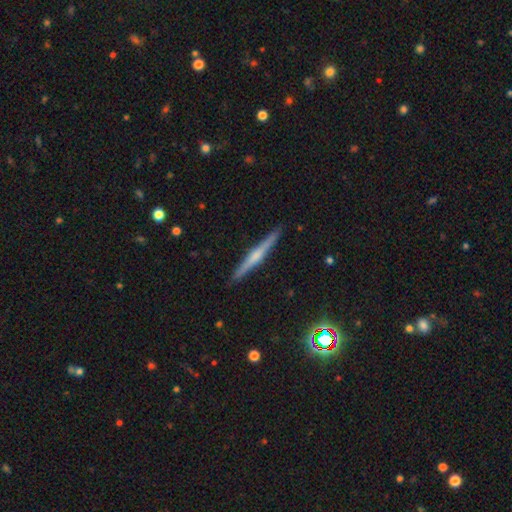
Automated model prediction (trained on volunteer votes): Smooth or featured: featured or disk — 67% (smooth — 26%)
Edge-on disk: yes — 98% (no — 2%)
Edge-on bulge: rounded — 68% (none — 21%)
Merging: none — 91% (minor disturbance — 6%)